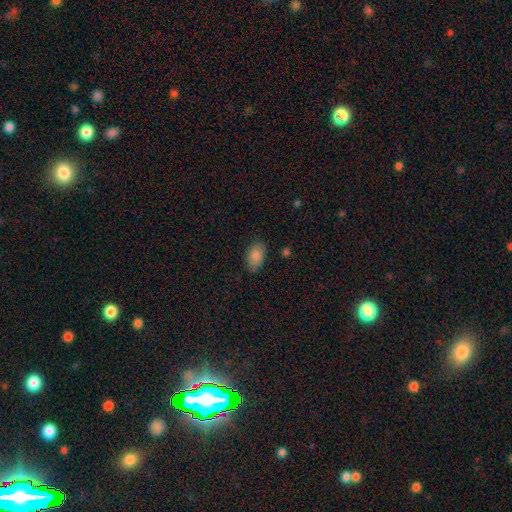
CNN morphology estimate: Smooth or featured? smooth (87%)
How rounded? in between (90%)
Merging? none (80%)